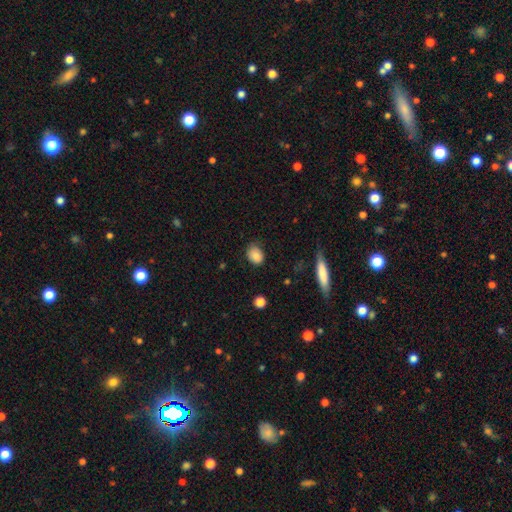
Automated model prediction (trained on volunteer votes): Smooth or featured?
  - smooth: 85% *
  - star or artifact: 8%
  - featured or disk: 7%
How rounded?
  - in between: 57% *
  - round: 41%
  - cigar-shaped: 2%
Merging?
  - none: 71% *
  - minor disturbance: 22%
  - major disturbance: 5%
  - merger: 1%